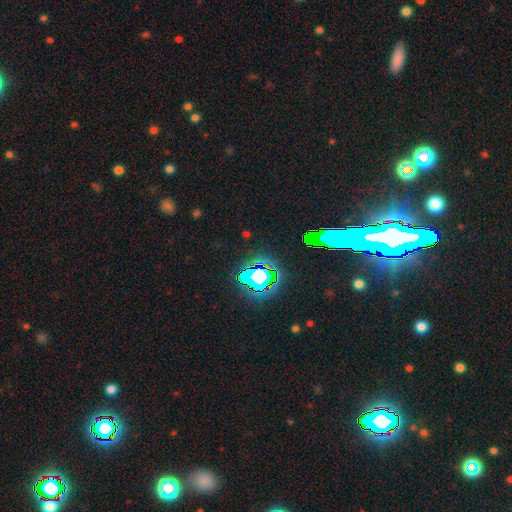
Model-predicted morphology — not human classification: A star or artifact, not a galaxy (80%).

Vote fractions:
- Smooth or featured? star or artifact: 80% / smooth: 10% / featured or disk: 10%